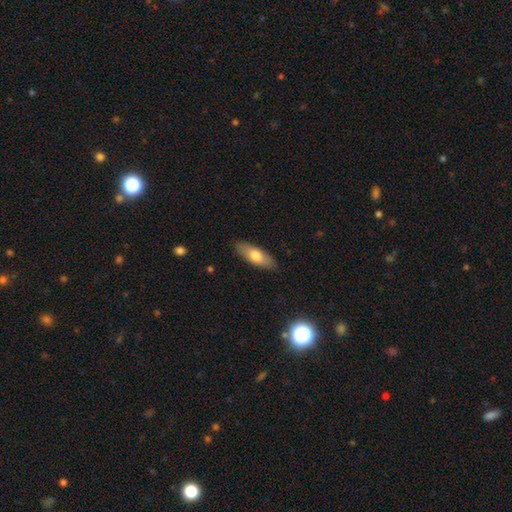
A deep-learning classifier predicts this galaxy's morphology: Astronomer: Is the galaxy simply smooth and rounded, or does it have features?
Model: smooth — 70%.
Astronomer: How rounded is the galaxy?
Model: in between — 66%.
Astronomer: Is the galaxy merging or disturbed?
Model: none — 87%.